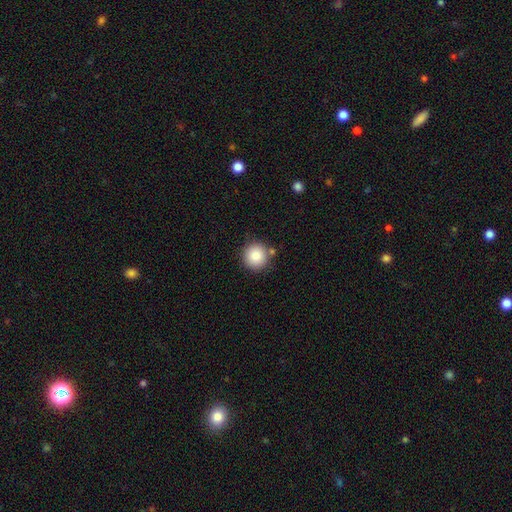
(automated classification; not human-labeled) Q: Smooth or featured?
A: smooth (85%); runner-up: star or artifact (9%)
Q: How rounded?
A: round (94%); runner-up: in between (5%)
Q: Merging?
A: none (81%); runner-up: minor disturbance (9%)